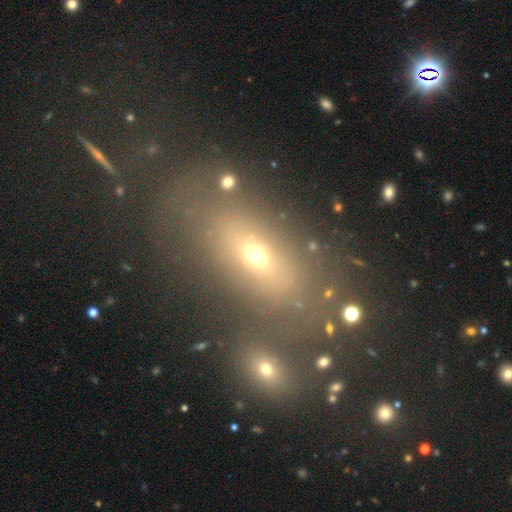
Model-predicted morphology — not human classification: The model was most divided on "smooth or featured": smooth: 56%, featured or disk: 22%, star or artifact: 22%. More confident: how rounded — in between (73%); merging — none (65%).